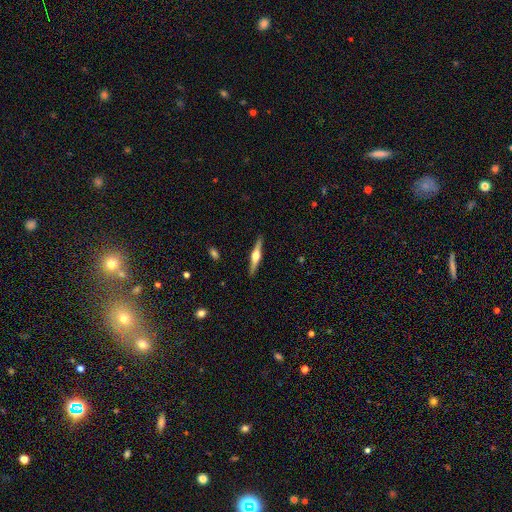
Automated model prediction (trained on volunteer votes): This appears to be a featured or disk galaxy (75%) viewed edge-on (98%) with a rounded central bulge (92%). Merging: none (90%).